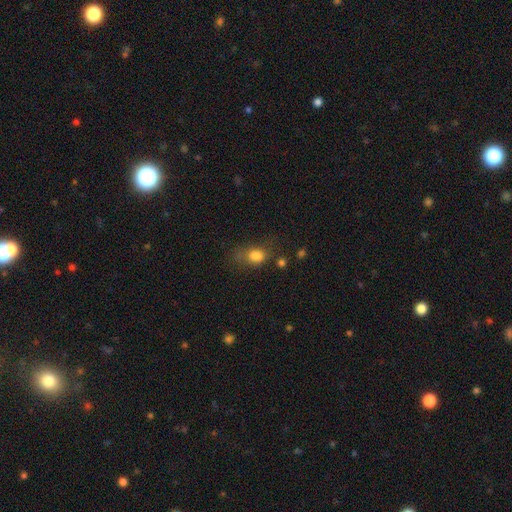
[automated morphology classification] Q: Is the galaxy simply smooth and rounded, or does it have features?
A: smooth — 78%.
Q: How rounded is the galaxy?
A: in between — 64%.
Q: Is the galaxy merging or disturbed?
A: none — 40%.